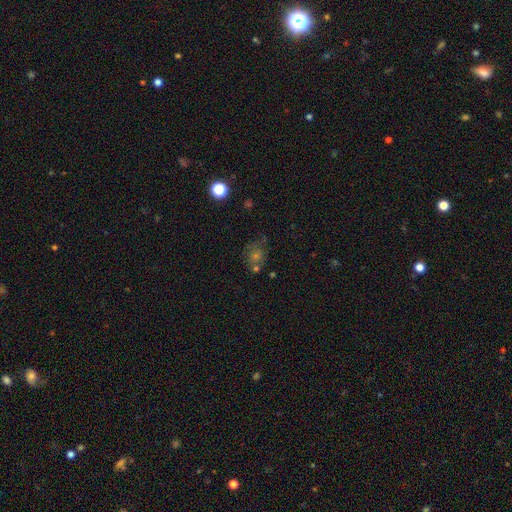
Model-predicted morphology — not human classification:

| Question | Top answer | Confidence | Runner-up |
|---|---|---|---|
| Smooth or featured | smooth | 40% | star or artifact (33%) |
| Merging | none | 61% | minor disturbance (17%) |